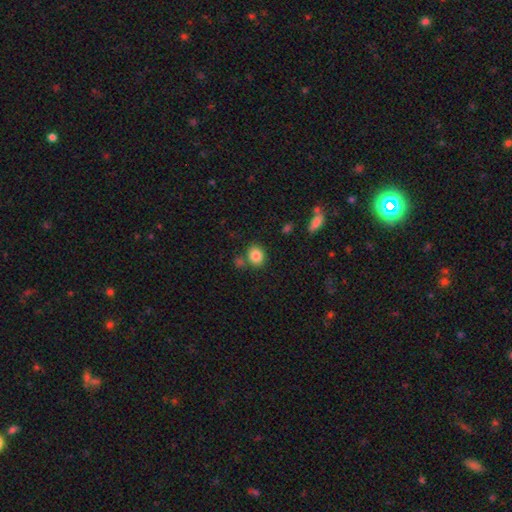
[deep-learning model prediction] Overall: smooth (84%). How rounded: round (64%; in between 35%). Merging: none (74%).